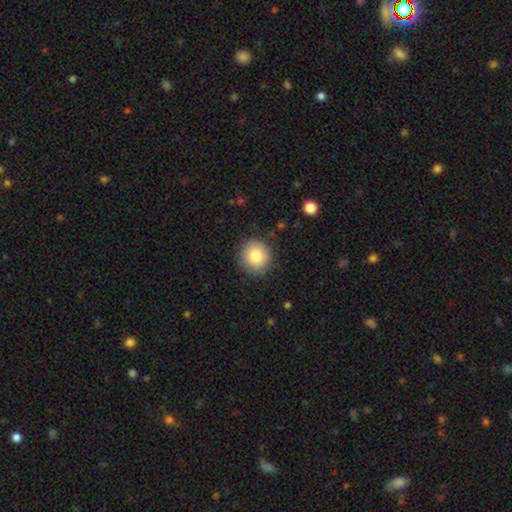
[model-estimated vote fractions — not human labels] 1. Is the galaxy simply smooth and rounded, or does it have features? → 82% smooth, 9% star or artifact, 9% featured or disk.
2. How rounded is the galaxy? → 91% round, 8% in between, 1% cigar-shaped.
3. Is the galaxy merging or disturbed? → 87% none, 9% minor disturbance, 3% major disturbance, 1% merger.